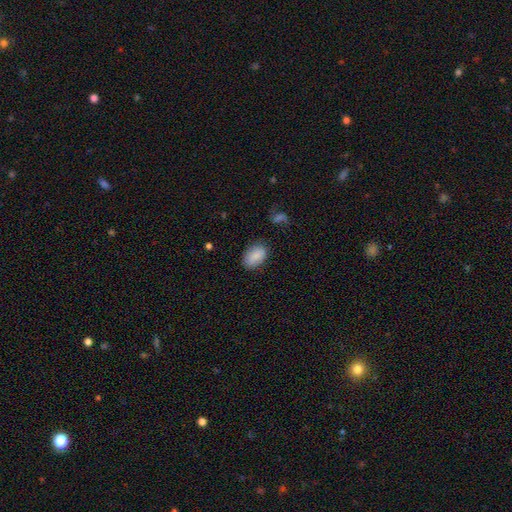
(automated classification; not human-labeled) Q: Smooth or featured?
A: smooth (85%); runner-up: featured or disk (7%)
Q: How rounded?
A: in between (91%); runner-up: round (8%)
Q: Merging?
A: none (77%); runner-up: minor disturbance (17%)